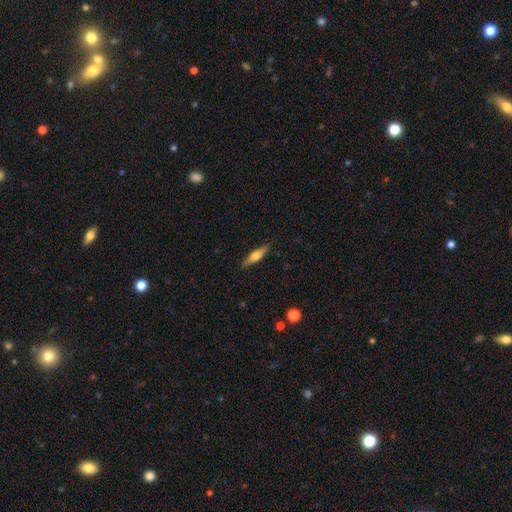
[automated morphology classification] type=smooth (56%); roundness=cigar-shaped (70%); merging=none (86%).